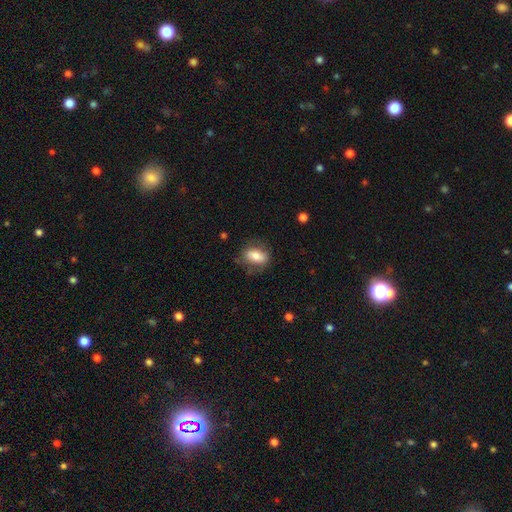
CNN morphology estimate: Smooth or featured: smooth — 75% (featured or disk — 18%)
How rounded: in between — 82% (round — 14%)
Merging: none — 68% (minor disturbance — 21%)